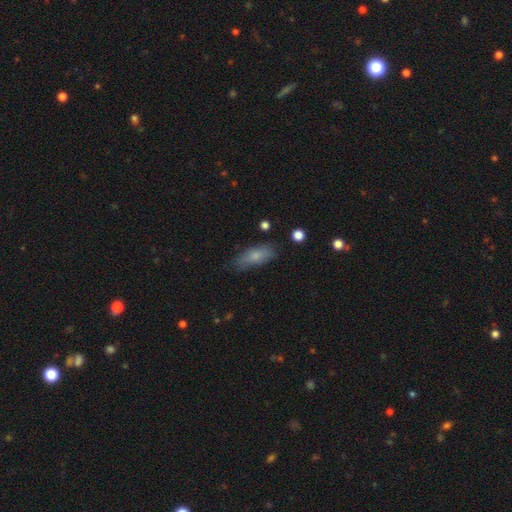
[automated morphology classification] Smooth or featured?
  - smooth: 75% *
  - featured or disk: 18%
  - star or artifact: 8%
How rounded?
  - in between: 71% *
  - cigar-shaped: 26%
  - round: 3%
Merging?
  - none: 73% *
  - minor disturbance: 20%
  - major disturbance: 5%
  - merger: 2%